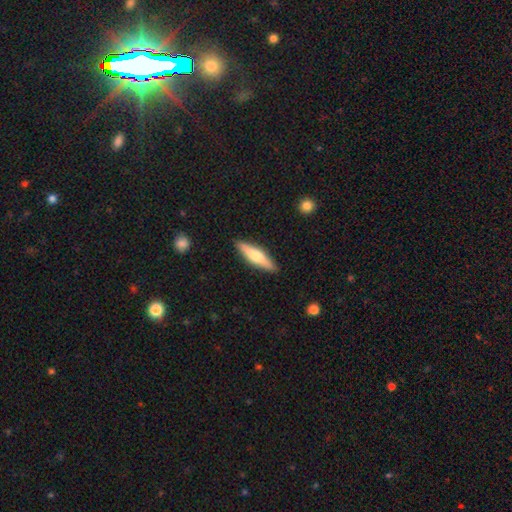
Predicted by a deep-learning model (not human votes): Smooth or featured? smooth (58%)
How rounded? cigar-shaped (74%)
Merging? none (89%)